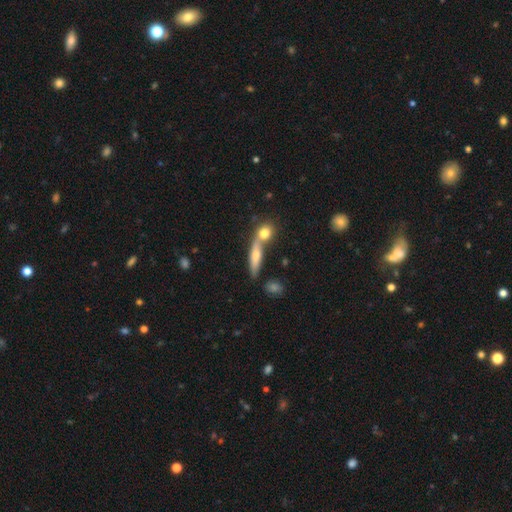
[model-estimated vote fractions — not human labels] The model was most divided on "merging": none: 46%, merger: 39%, minor disturbance: 10%, major disturbance: 4%. More confident: smooth or featured — smooth (61%); how rounded — cigar-shaped (61%).